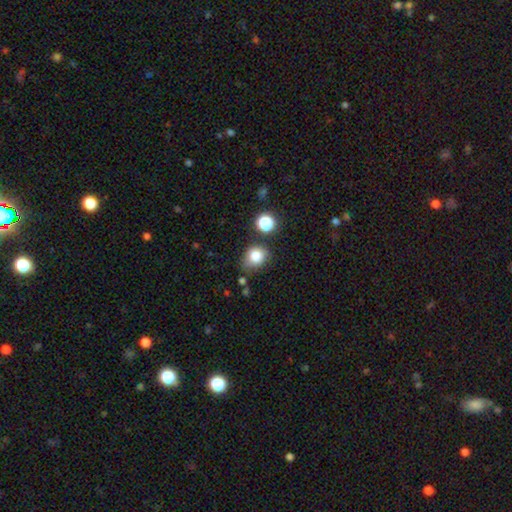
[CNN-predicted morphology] A smooth galaxy with no disk features (79%) that is round (64%).

Vote fractions:
- Smooth or featured? smooth: 79% / star or artifact: 13% / featured or disk: 9%
- How rounded? round: 64% / in between: 35% / cigar-shaped: 1%
- Merging? none: 66% / minor disturbance: 21% / merger: 7% / major disturbance: 6%